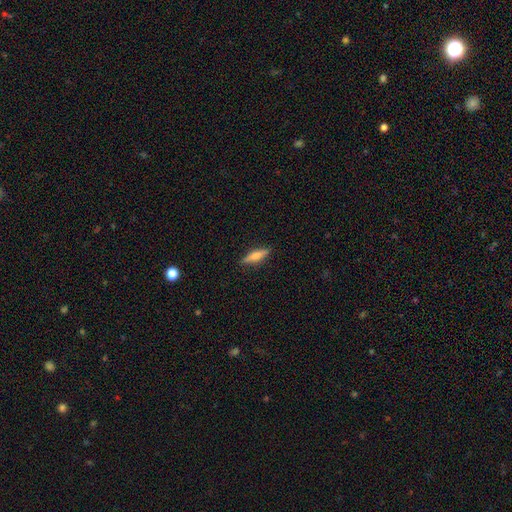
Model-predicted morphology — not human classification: smooth-or-featured: smooth: 55% | featured or disk: 39% | star or artifact: 7%
  how-rounded: cigar-shaped: 73% | in between: 25% | round: 2%
  merging: none: 88% | minor disturbance: 9% | major disturbance: 2% | merger: 1%